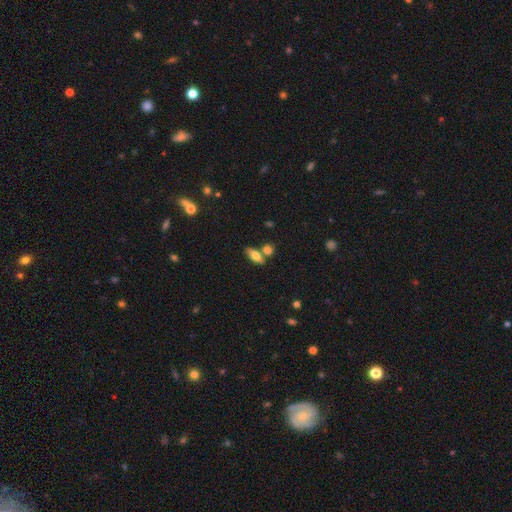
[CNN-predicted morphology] A smooth galaxy with no disk features (66%) that is in between round and cigar-shaped (71%). Merging: none (63%).